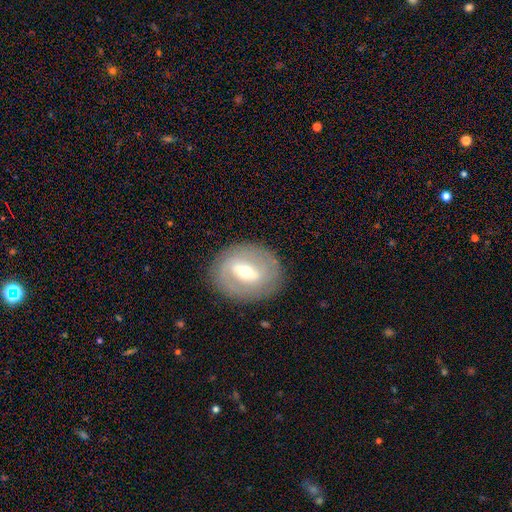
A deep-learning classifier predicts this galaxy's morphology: type=featured or disk (61%); edge-on=no (90%); bar=strong (45%); spiral arms=no (58%); bulge=moderate (64%); merging=none (85%).